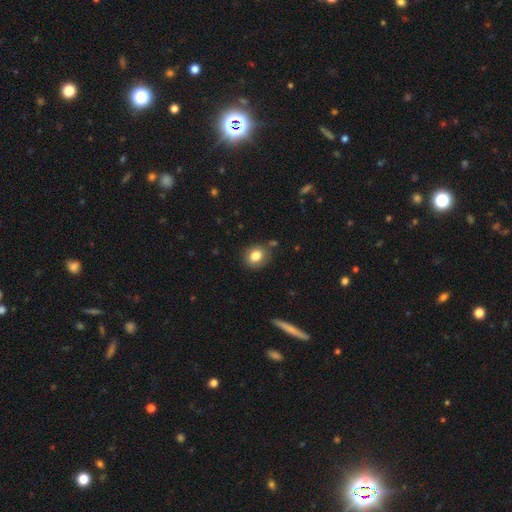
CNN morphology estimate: smooth_or_featured: smooth (p=0.82) [alt: featured or disk p=0.10]
how_rounded: round (p=0.56) [alt: in between p=0.43]
merging: none (p=0.79) [alt: minor disturbance p=0.14]